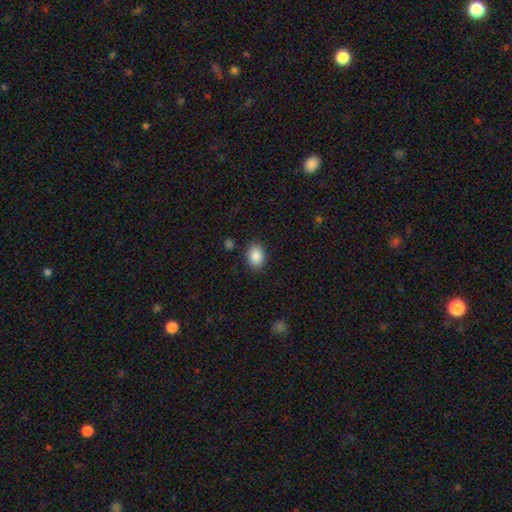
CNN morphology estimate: Smooth or featured? Predicted: smooth (p=0.88). How rounded? Predicted: in between (p=0.75). Merging? Predicted: none (p=0.86).